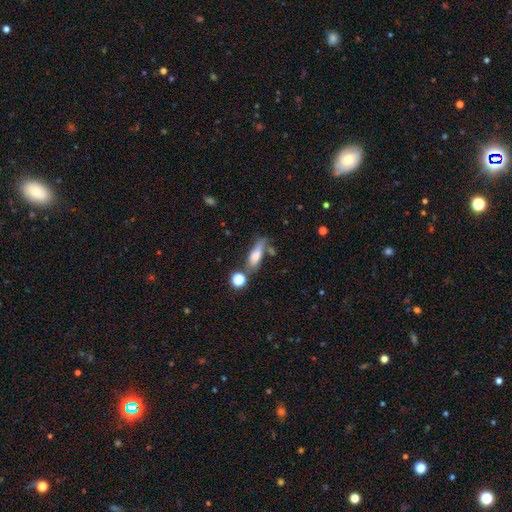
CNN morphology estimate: Smooth or featured? smooth (68%)
How rounded? in between (53%)
Merging? none (45%)